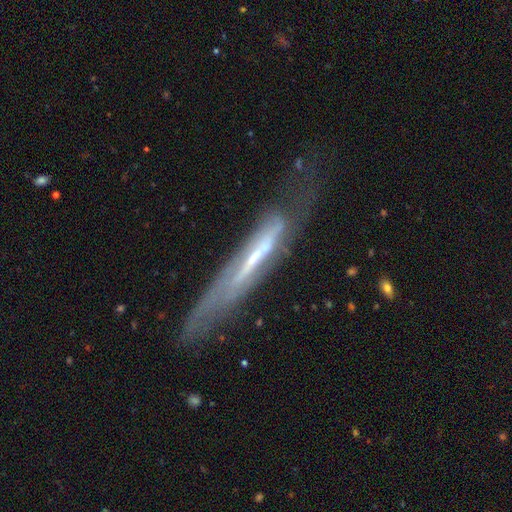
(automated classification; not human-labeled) Smooth or featured?
  - featured or disk: 74% *
  - smooth: 19%
  - star or artifact: 7%
Edge-on disk?
  - yes: 71% *
  - no: 29%
Edge-on bulge?
  - none: 61% *
  - rounded: 26%
  - boxy: 13%
Merging?
  - none: 52% *
  - minor disturbance: 24%
  - major disturbance: 21%
  - merger: 3%